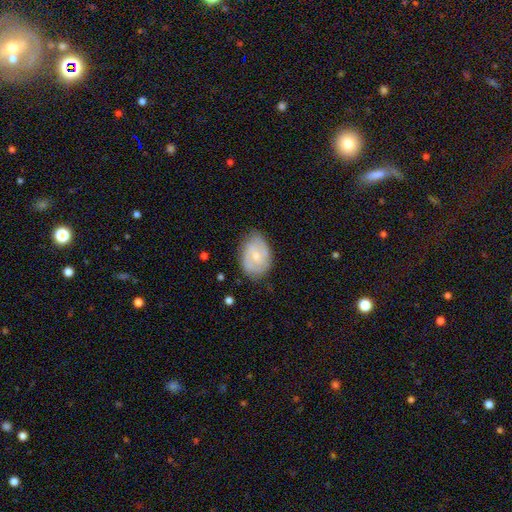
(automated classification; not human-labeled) smooth-or-featured: featured or disk: 58% | smooth: 36% | star or artifact: 6%
  disk-edge-on: no: 97% | yes: 3%
    bar: no: 53% | weak: 40% | strong: 6%
    has-spiral-arms: yes: 80% | no: 20%
    bulge-size: small: 55% | moderate: 39% | none: 3% | large: 1% | dominant: 1%
  merging: none: 69% | minor disturbance: 24% | major disturbance: 6% | merger: 2%